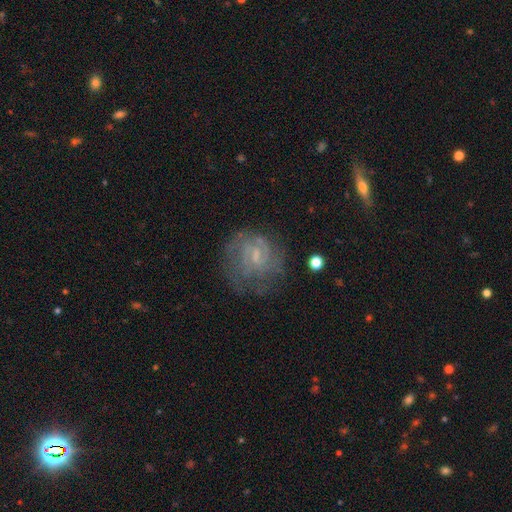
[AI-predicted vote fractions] A featured or disk galaxy (66%) with a weak bar (54%), spiral arms (75%) and a small central bulge (47%). Merging: none (61%).